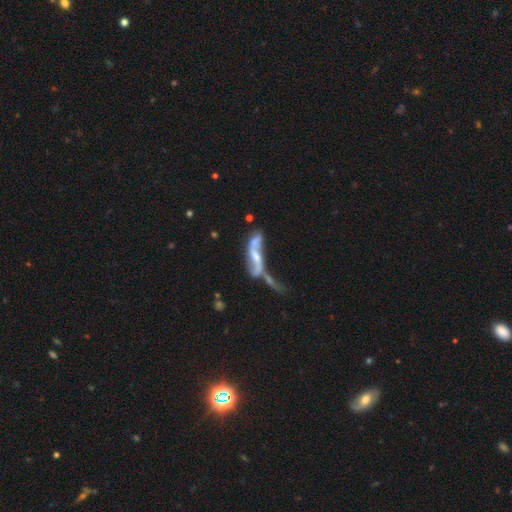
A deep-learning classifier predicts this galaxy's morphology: featured or disk 78%, smooth 15%, star or artifact 7%. Down the decision tree: edge-on disk — no (86%); bar — no (40%, tied with weak); spiral arms — yes (84%); spiral arm count — 2 (86%); spiral winding — loose (82%); bulge size — small (44%); merging — merger (38%).